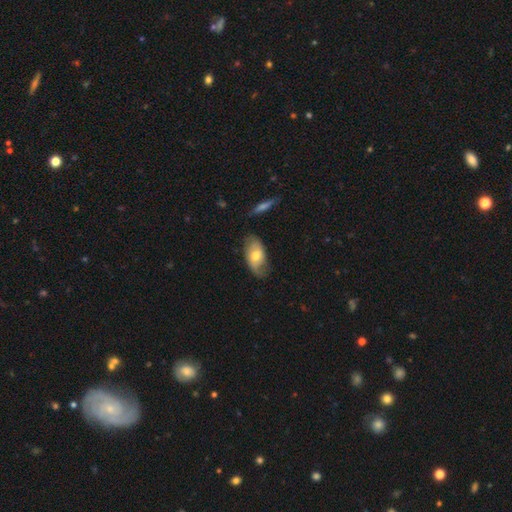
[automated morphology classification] Smooth or featured? smooth (56%)
How rounded? in between (92%)
Merging? none (65%)